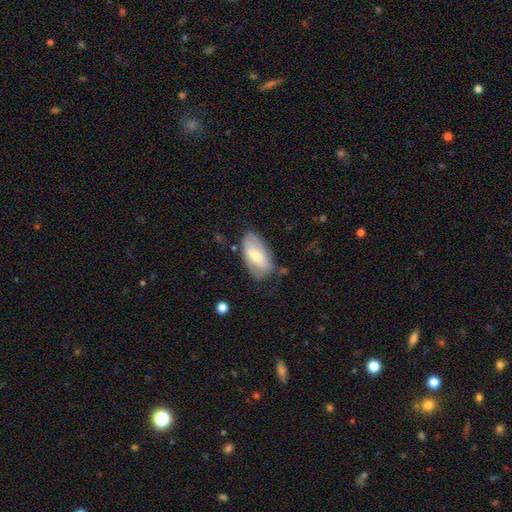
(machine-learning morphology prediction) type=smooth (48%); merging=none (69%).